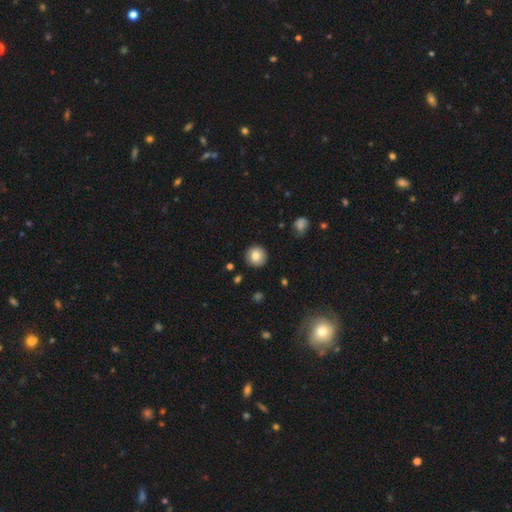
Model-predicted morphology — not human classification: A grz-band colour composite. It shows a smooth galaxy with no disk features (81%) that is round (94%). Merging: none (90%).